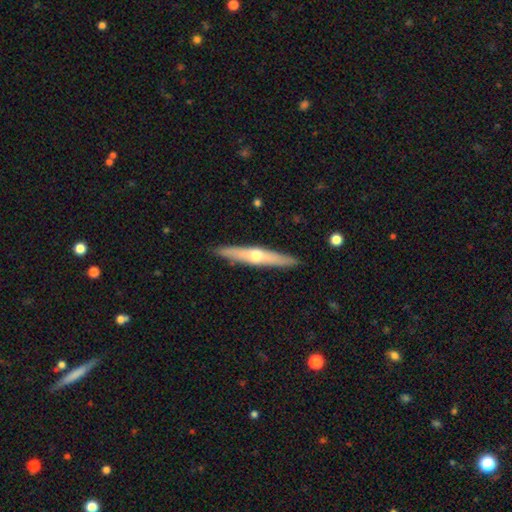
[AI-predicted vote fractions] Smooth or featured? Predicted: featured or disk (p=0.63). Edge-on disk? Predicted: yes (p=0.94). Edge-on bulge? Predicted: rounded (p=0.89). Merging? Predicted: none (p=0.91).